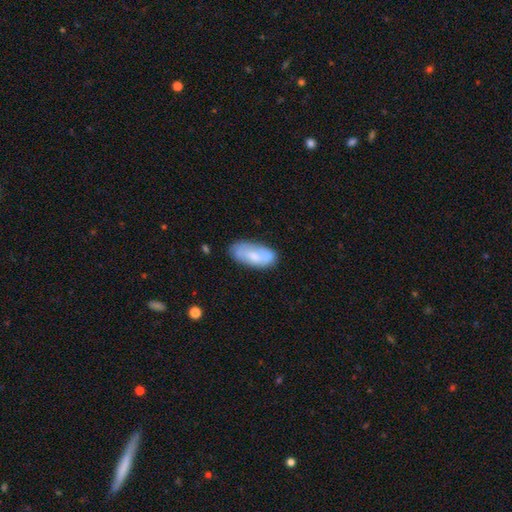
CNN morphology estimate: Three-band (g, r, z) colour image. It shows a smooth galaxy with no disk features (63%) that is in between round and cigar-shaped (87%). Merging: none (66%).